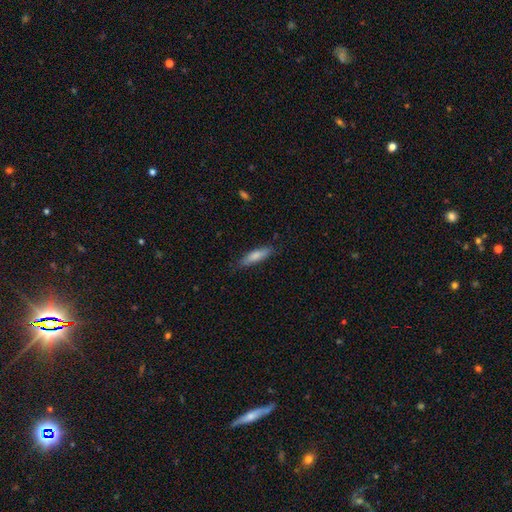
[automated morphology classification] smooth_or_featured: smooth (p=0.78) [alt: featured or disk p=0.16]
how_rounded: cigar-shaped (p=0.70) [alt: in between p=0.29]
merging: none (p=0.81) [alt: minor disturbance p=0.15]